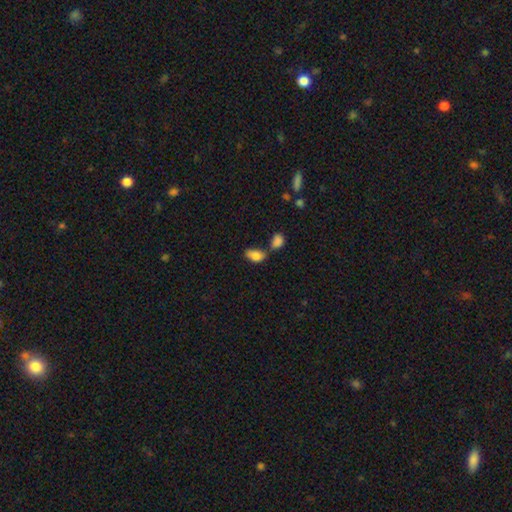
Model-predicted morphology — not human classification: smooth 84%, star or artifact 8%, featured or disk 8%. Down the decision tree: how rounded — in between (92%); merging — none (41%).